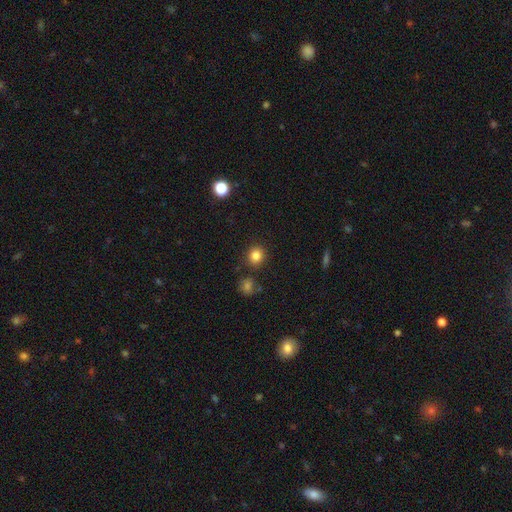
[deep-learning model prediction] A smooth galaxy with no disk features (83%) that is round (84%). Merging: none (84%).